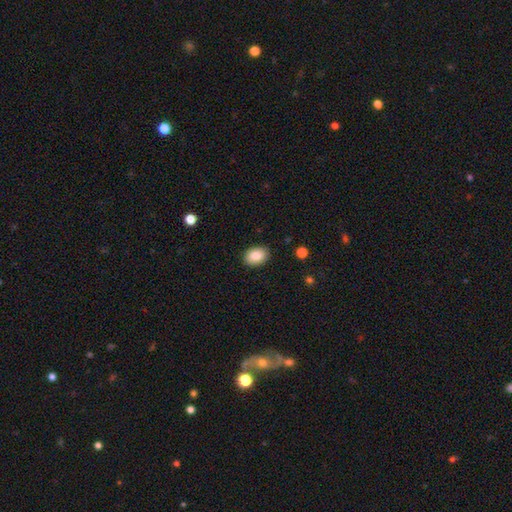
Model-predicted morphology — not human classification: Smooth or featured: smooth — 86% (star or artifact — 7%)
How rounded: in between — 83% (round — 16%)
Merging: none — 88% (minor disturbance — 9%)